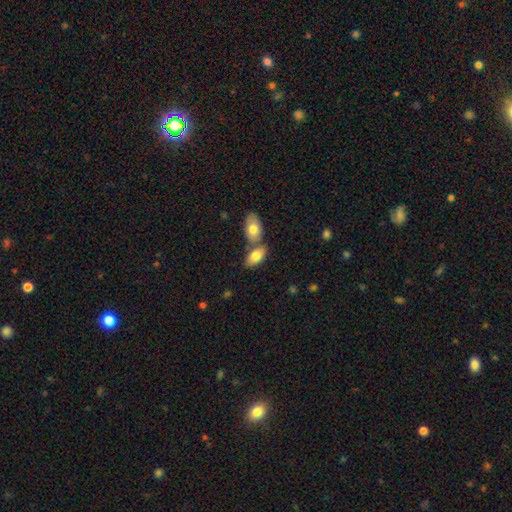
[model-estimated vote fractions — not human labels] This appears to be a smooth galaxy with no disk features (78%) that is in between round and cigar-shaped (92%). Merging: merger (45%).